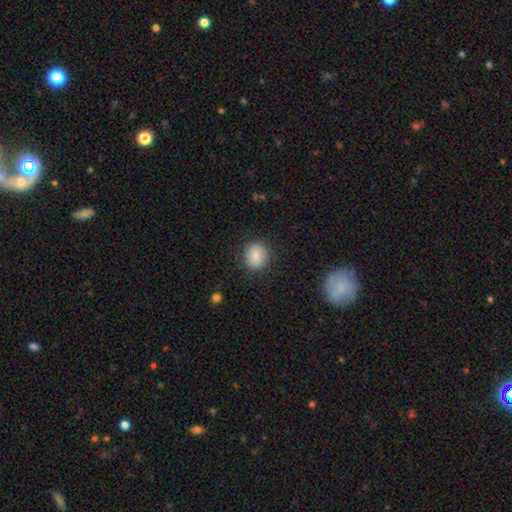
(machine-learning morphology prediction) Q: Smooth or featured?
A: smooth (86%); runner-up: star or artifact (8%)
Q: How rounded?
A: round (72%); runner-up: in between (27%)
Q: Merging?
A: none (87%); runner-up: minor disturbance (9%)